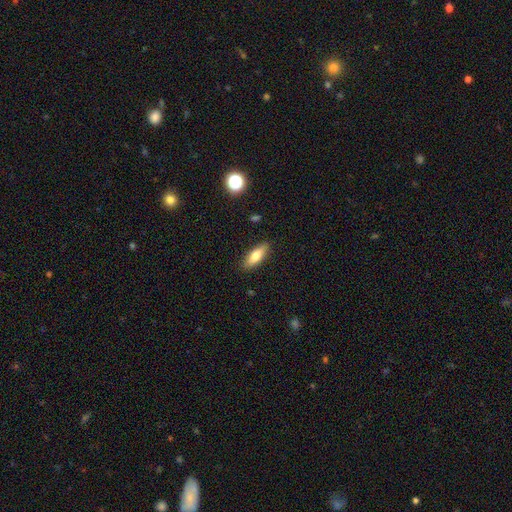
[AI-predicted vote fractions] A smooth galaxy with no disk features (74%) that is in between round and cigar-shaped (60%). Merging: none (88%).